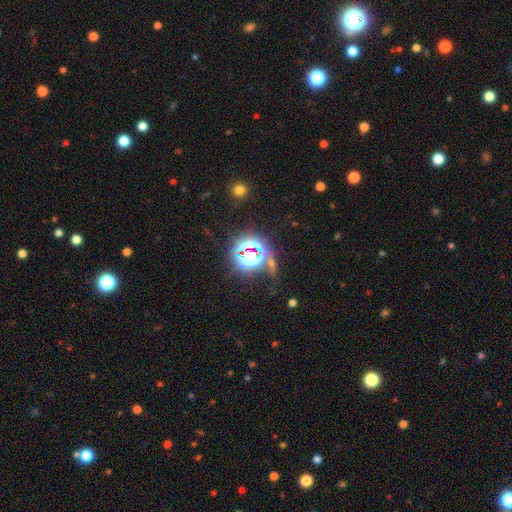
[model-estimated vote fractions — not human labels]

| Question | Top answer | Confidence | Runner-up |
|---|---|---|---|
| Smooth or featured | star or artifact | 69% | smooth (17%) |